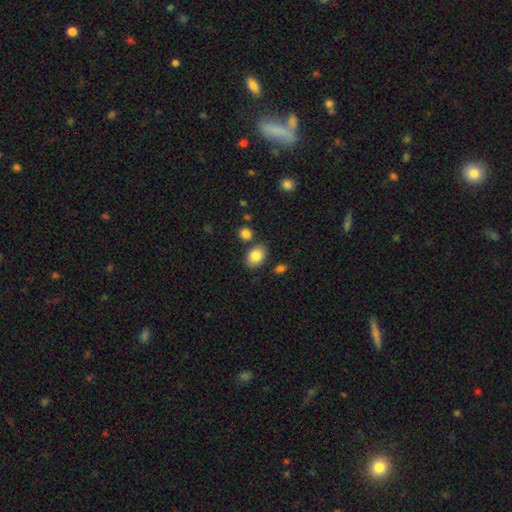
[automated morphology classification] Overall: smooth (84%). How rounded: in between (73%). Merging: none (77%).